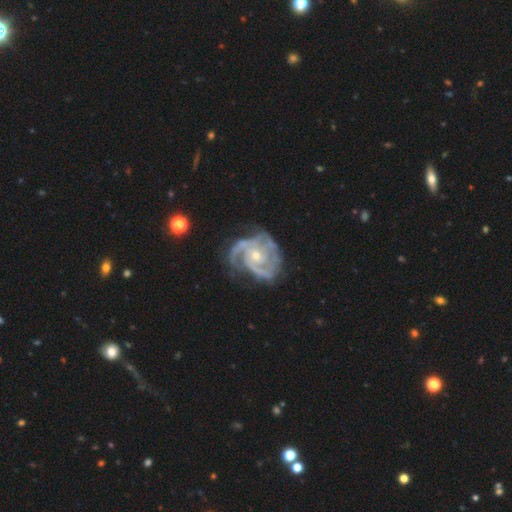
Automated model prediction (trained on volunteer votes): Smooth or featured: featured or disk — 91% (star or artifact — 5%)
Edge-on disk: no — 98% (yes — 2%)
Bar: no — 68% (weak — 26%)
Spiral arms: yes — 97% (no — 3%)
Spiral winding: tight — 55% (medium — 39%)
Spiral arm count: 3 — 42% (2 — 30%)
Bulge size: small — 51% (moderate — 46%)
Merging: none — 60% (minor disturbance — 24%)